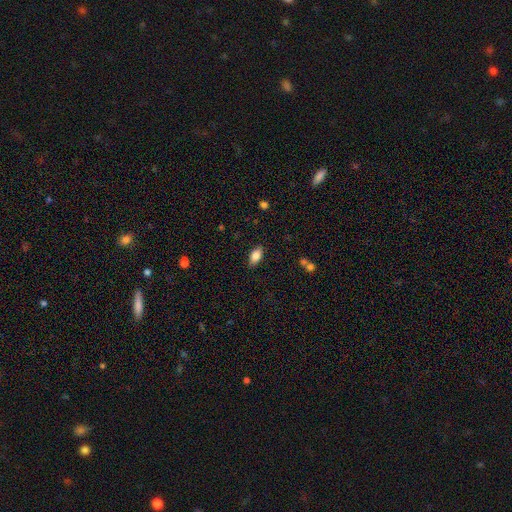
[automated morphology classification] This appears to be a smooth galaxy with no disk features (81%) that is in between round and cigar-shaped (89%). Merging: none (86%).